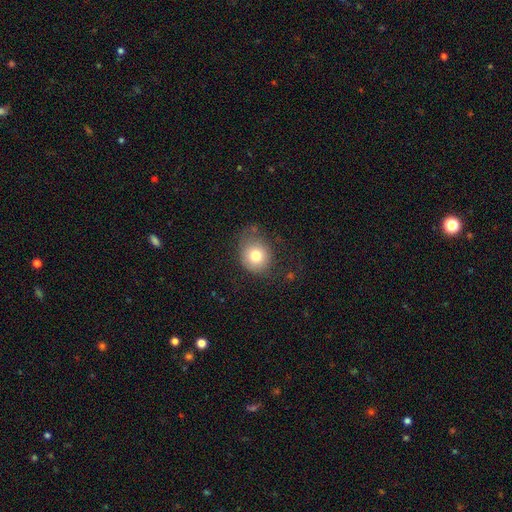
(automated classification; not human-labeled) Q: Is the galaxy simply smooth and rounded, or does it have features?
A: smooth — 77%.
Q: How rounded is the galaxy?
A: round — 73%.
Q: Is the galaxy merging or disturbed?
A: none — 62%.